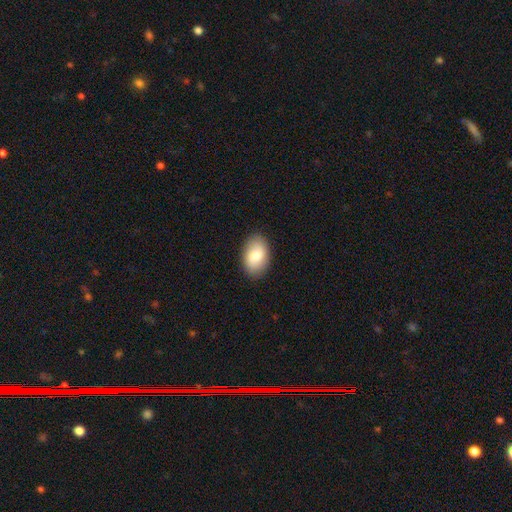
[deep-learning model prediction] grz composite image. It shows a smooth galaxy with no disk features (77%) that is in between round and cigar-shaped (90%). Merging: none (87%).